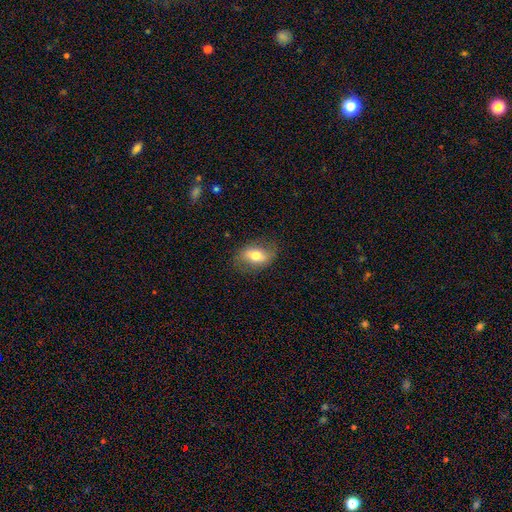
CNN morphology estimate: Smooth or featured? smooth (63%)
How rounded? in between (83%)
Merging? none (78%)